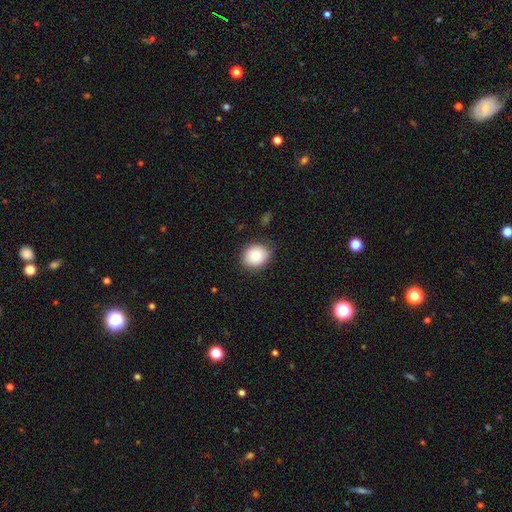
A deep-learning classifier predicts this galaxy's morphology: Smooth or featured: smooth — 88% (star or artifact — 7%)
How rounded: round — 58% (in between — 41%)
Merging: none — 85% (minor disturbance — 11%)